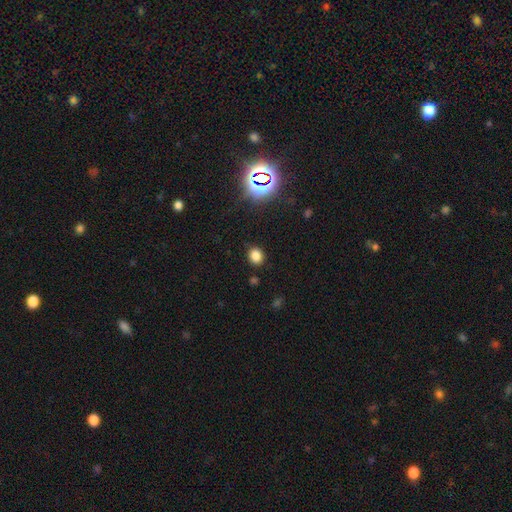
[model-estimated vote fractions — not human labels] smooth_or_featured: smooth (p=0.80) [alt: star or artifact p=0.15]
how_rounded: round (p=0.60) [alt: in between p=0.39]
merging: none (p=0.87) [alt: minor disturbance p=0.09]